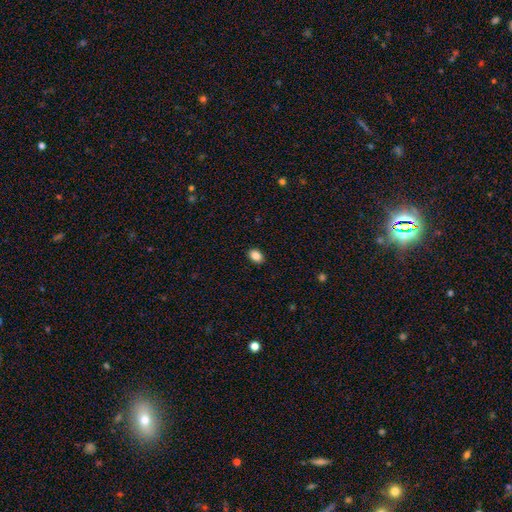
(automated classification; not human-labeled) This appears to be a smooth galaxy with no disk features (87%) that is in between round and cigar-shaped (78%). Merging: none (90%).